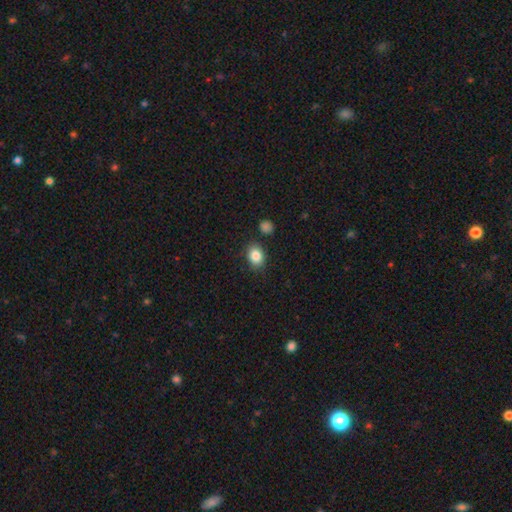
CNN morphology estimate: A smooth galaxy with no disk features (86%) that is in between round and cigar-shaped (61%). Merging: none (82%).